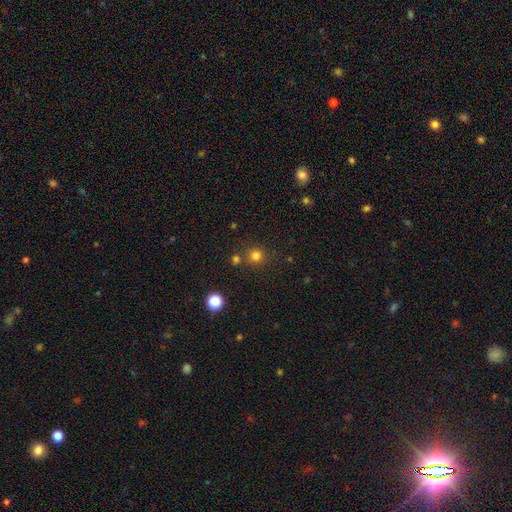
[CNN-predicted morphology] Smooth or featured?
  - smooth: 78% *
  - star or artifact: 17%
  - featured or disk: 5%
How rounded?
  - round: 92% *
  - in between: 7%
  - cigar-shaped: 1%
Merging?
  - none: 78% *
  - merger: 11%
  - minor disturbance: 8%
  - major disturbance: 3%